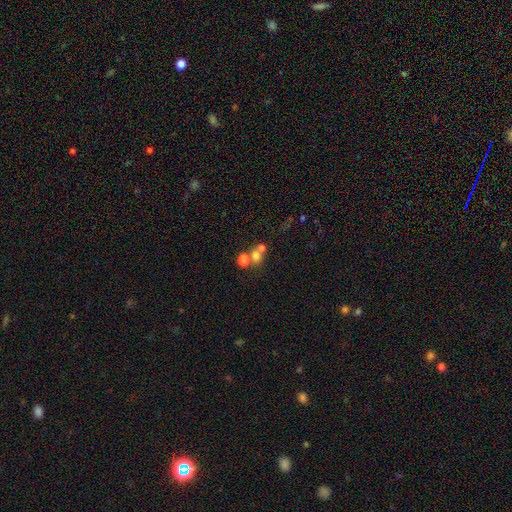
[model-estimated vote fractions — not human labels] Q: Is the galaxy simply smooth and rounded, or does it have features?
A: smooth — 71%.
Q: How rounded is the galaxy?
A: round — 62%.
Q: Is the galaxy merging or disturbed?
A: merger — 54%.